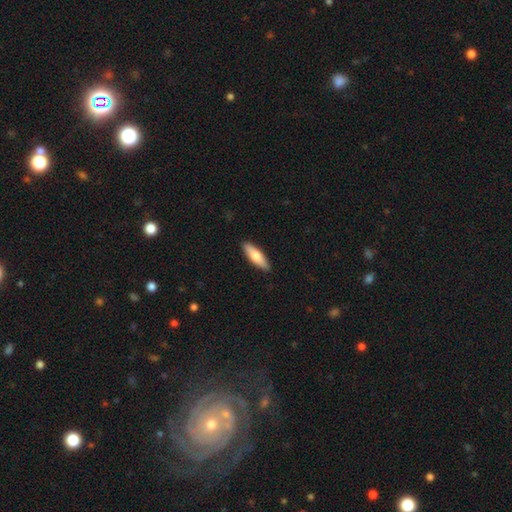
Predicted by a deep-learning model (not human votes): smooth-or-featured: smooth: 72% | featured or disk: 23% | star or artifact: 5%
  how-rounded: cigar-shaped: 54% | in between: 44% | round: 2%
  merging: none: 90% | minor disturbance: 7% | major disturbance: 1% | merger: 1%